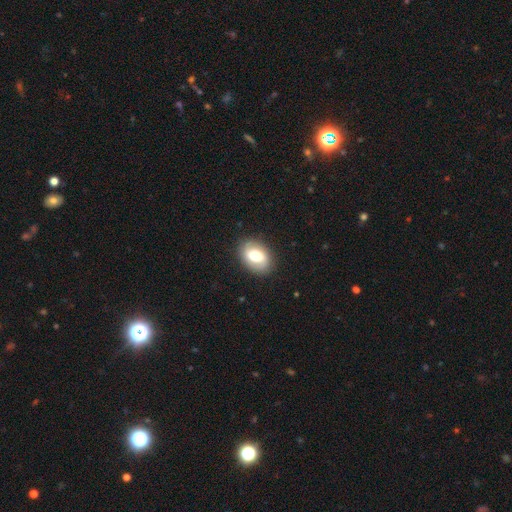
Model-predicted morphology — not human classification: Q: Smooth or featured?
A: smooth (59%); runner-up: featured or disk (33%)
Q: How rounded?
A: in between (80%); runner-up: round (19%)
Q: Merging?
A: none (86%); runner-up: minor disturbance (10%)